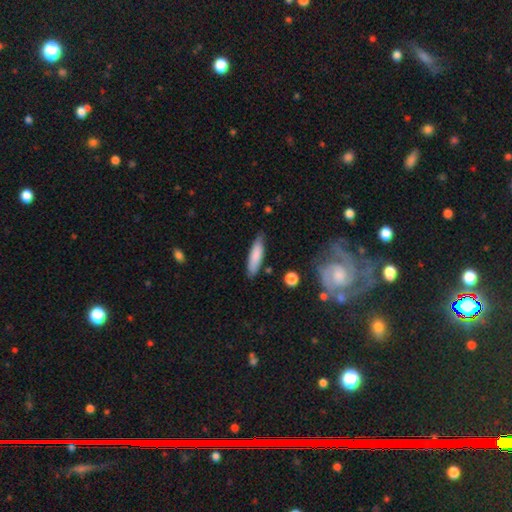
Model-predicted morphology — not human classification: type=smooth (81%); roundness=cigar-shaped (64%); merging=none (78%).